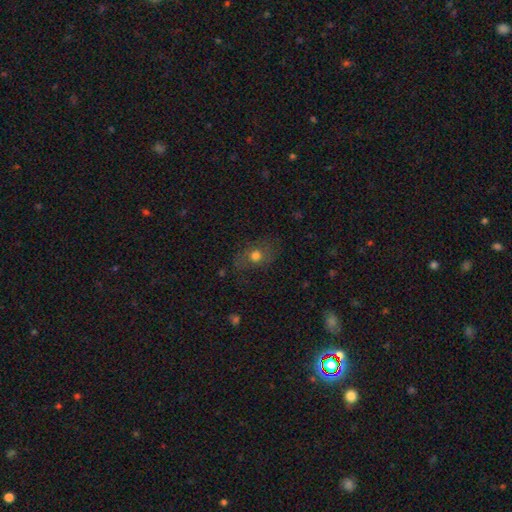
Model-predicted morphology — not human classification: This is possibly a smooth galaxy (58%). How rounded: possibly in between (51%). Merging: likely none (69%).